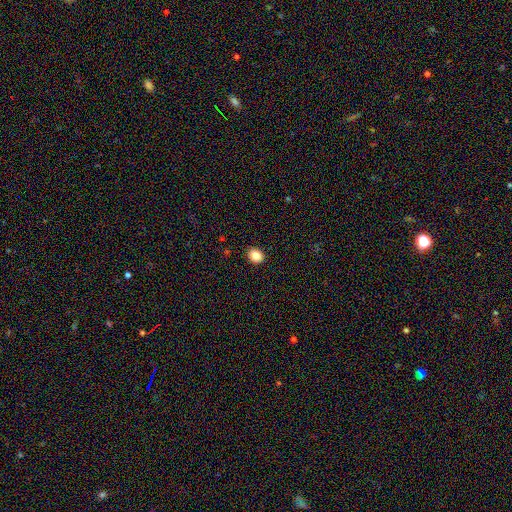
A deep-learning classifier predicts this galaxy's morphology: smooth_or_featured: smooth (p=0.86) [alt: star or artifact p=0.10]
how_rounded: round (p=0.52) [alt: in between p=0.47]
merging: none (p=0.91) [alt: minor disturbance p=0.06]